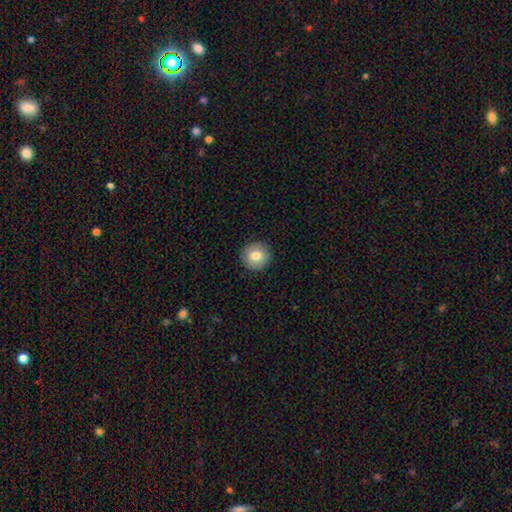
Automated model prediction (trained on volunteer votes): Smooth or featured?
  - smooth: 78% *
  - featured or disk: 14%
  - star or artifact: 8%
How rounded?
  - round: 93% *
  - in between: 7%
  - cigar-shaped: 1%
Merging?
  - none: 91% *
  - minor disturbance: 6%
  - major disturbance: 2%
  - merger: 1%